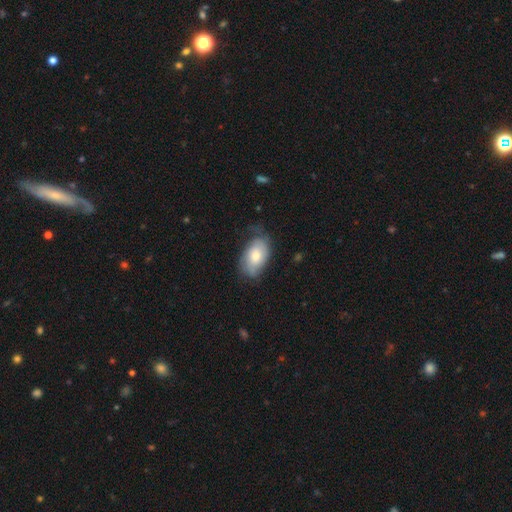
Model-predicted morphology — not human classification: Overall: smooth (57%; featured or disk 37%). How rounded: in between (90%). Merging: none (54%; minor disturbance 31%).